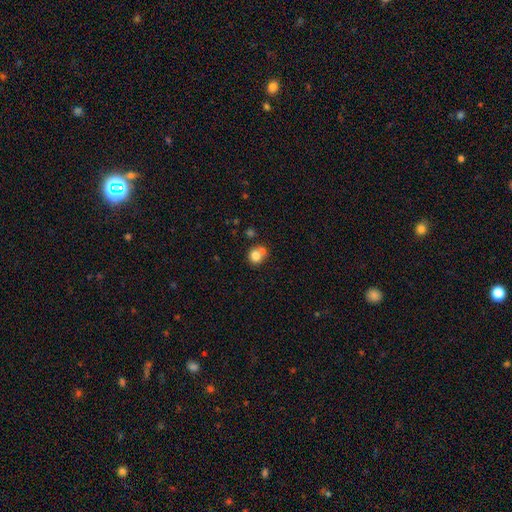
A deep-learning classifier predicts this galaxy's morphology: The model was most divided on "merging": none: 46%, merger: 40%, minor disturbance: 10%, major disturbance: 4%. More confident: smooth or featured — smooth (78%); how rounded — round (77%).